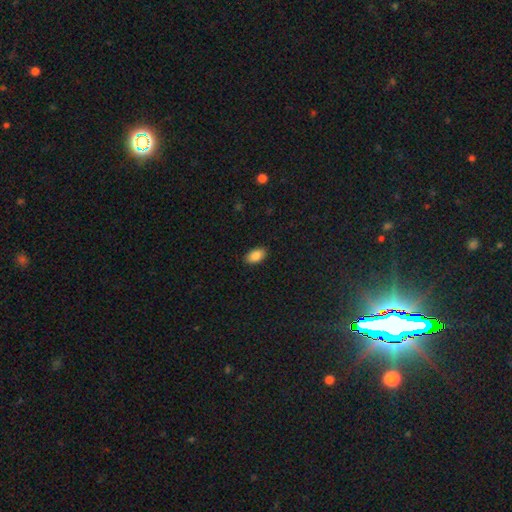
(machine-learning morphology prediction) A smooth galaxy with no disk features (87%) that is in between round and cigar-shaped (92%). Merging: none (88%).